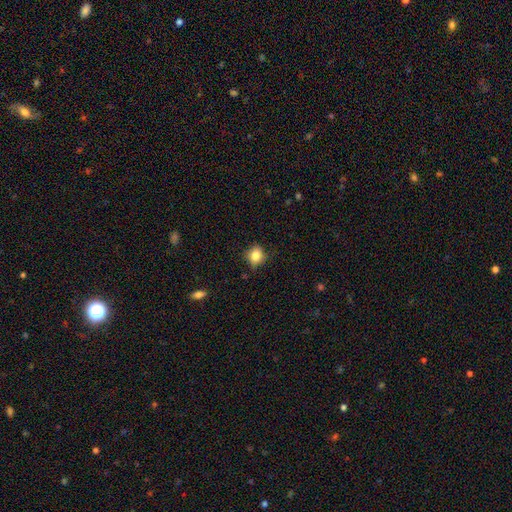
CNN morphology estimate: Smooth or featured? smooth (82%)
How rounded? round (69%)
Merging? none (75%)